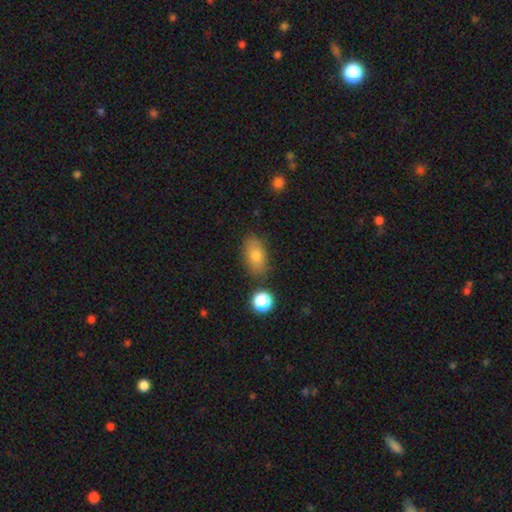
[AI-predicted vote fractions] This is likely a smooth galaxy (76%). How rounded: clearly in between (87%). Merging: clearly none (81%).